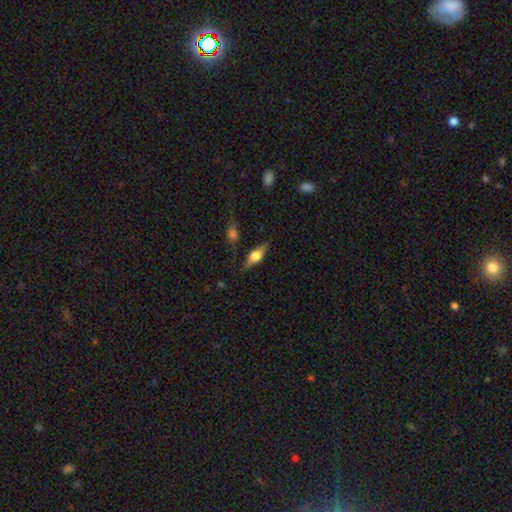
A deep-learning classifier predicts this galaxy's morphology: This appears to be a featured or disk galaxy (54%) viewed edge-on (92%). Merging: none (79%).